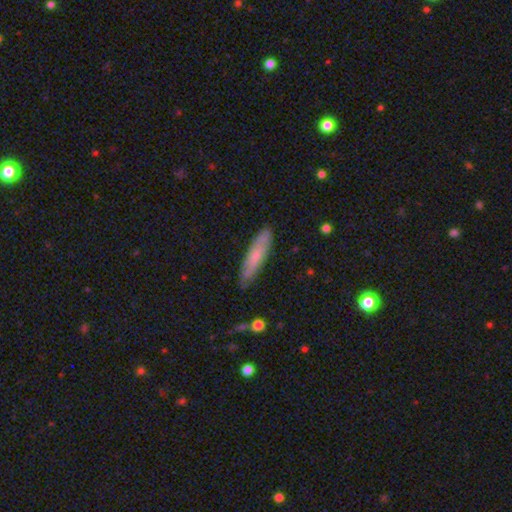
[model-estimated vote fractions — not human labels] This appears to be a smooth galaxy with no disk features (56%) that is cigar-shaped (78%). Merging: none (81%).